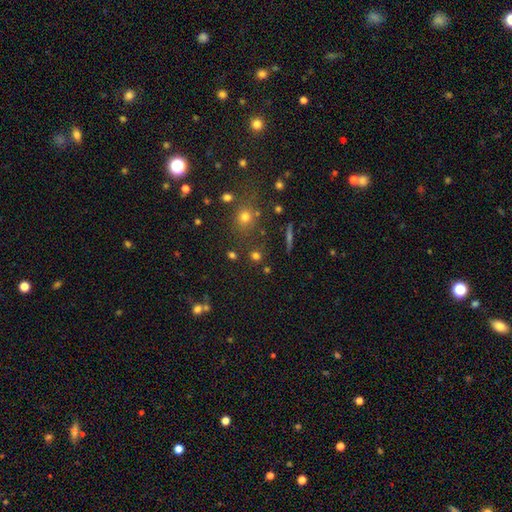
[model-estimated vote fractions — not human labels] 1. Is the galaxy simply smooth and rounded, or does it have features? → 70% smooth, 21% star or artifact, 9% featured or disk.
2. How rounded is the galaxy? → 86% round, 12% in between, 2% cigar-shaped.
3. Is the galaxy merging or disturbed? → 78% none, 9% minor disturbance, 9% merger, 4% major disturbance.